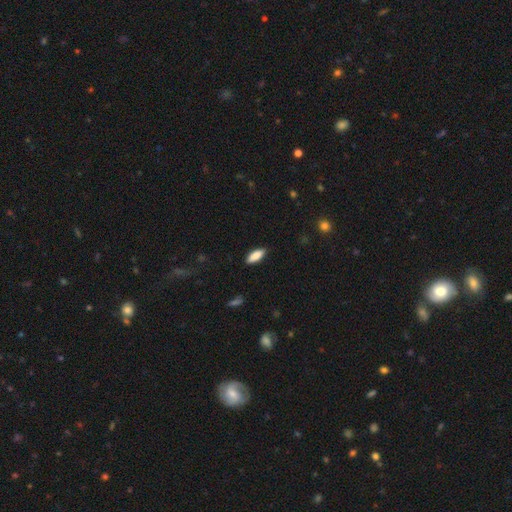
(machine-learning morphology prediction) Smooth or featured?
  - smooth: 85% *
  - featured or disk: 9%
  - star or artifact: 6%
How rounded?
  - in between: 67% *
  - cigar-shaped: 31%
  - round: 2%
Merging?
  - none: 87% *
  - minor disturbance: 10%
  - major disturbance: 2%
  - merger: 1%